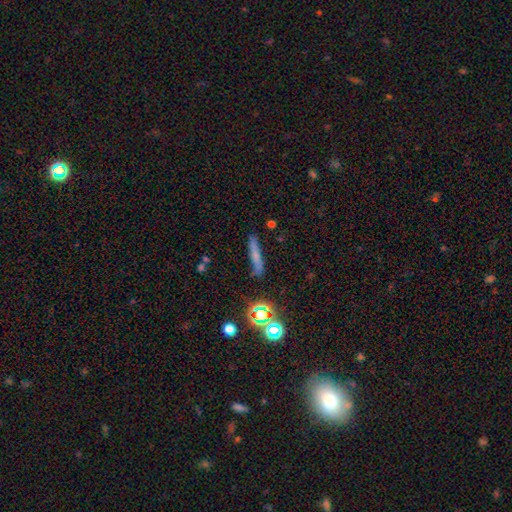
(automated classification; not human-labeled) Smooth or featured?
  - smooth: 59% *
  - featured or disk: 25%
  - star or artifact: 17%
How rounded?
  - cigar-shaped: 88% *
  - in between: 7%
  - round: 5%
Merging?
  - none: 76% *
  - minor disturbance: 15%
  - major disturbance: 5%
  - merger: 4%